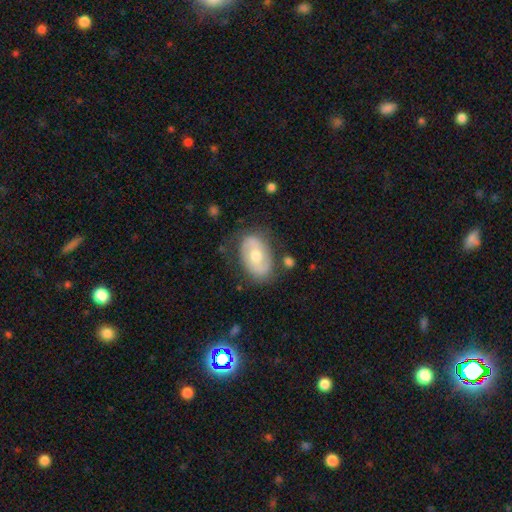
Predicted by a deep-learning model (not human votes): Smooth or featured?
  - featured or disk: 63% *
  - smooth: 30%
  - star or artifact: 7%
Edge-on disk?
  - no: 95% *
  - yes: 5%
Bar?
  - no: 47% *
  - weak: 37%
  - strong: 16%
Spiral arms?
  - yes: 71% *
  - no: 29%
Bulge size?
  - moderate: 70% *
  - small: 22%
  - large: 5%
  - none: 1%
  - dominant: 1%
Merging?
  - none: 75% *
  - minor disturbance: 17%
  - major disturbance: 6%
  - merger: 2%